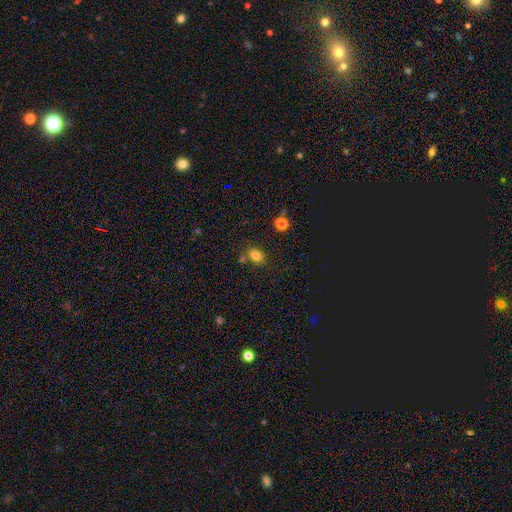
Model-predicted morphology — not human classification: This is clearly a smooth galaxy (80%). How rounded: likely in between (69%). Merging: likely none (69%).